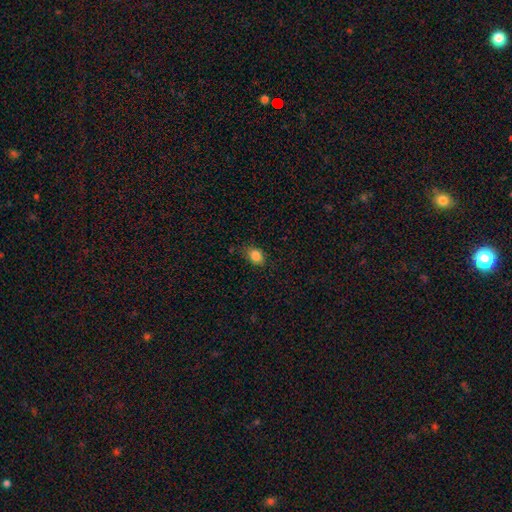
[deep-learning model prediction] Smooth or featured? Predicted: smooth (p=0.85). How rounded? Predicted: in between (p=0.66). Merging? Predicted: none (p=0.72).